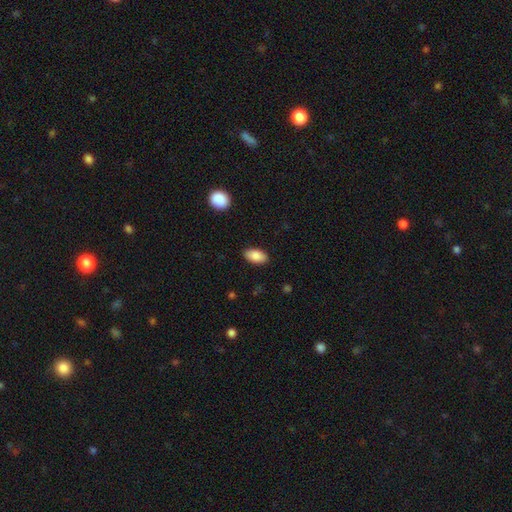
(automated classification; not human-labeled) Smooth or featured?
  - smooth: 87% *
  - star or artifact: 7%
  - featured or disk: 6%
How rounded?
  - in between: 93% *
  - round: 3%
  - cigar-shaped: 3%
Merging?
  - none: 87% *
  - minor disturbance: 9%
  - major disturbance: 2%
  - merger: 1%